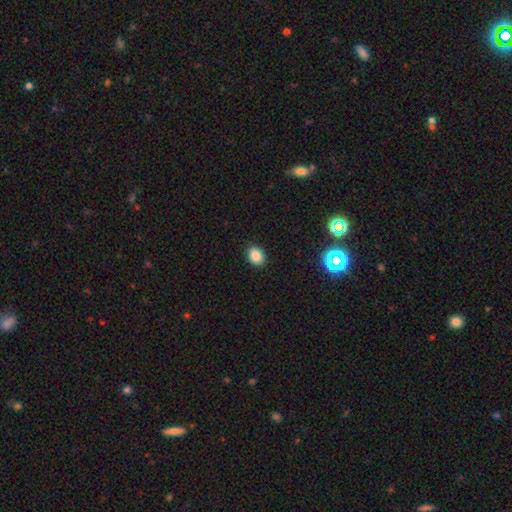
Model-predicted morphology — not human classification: Q: Smooth or featured?
A: smooth (86%); runner-up: star or artifact (11%)
Q: How rounded?
A: round (53%); runner-up: in between (47%)
Q: Merging?
A: none (89%); runner-up: minor disturbance (7%)